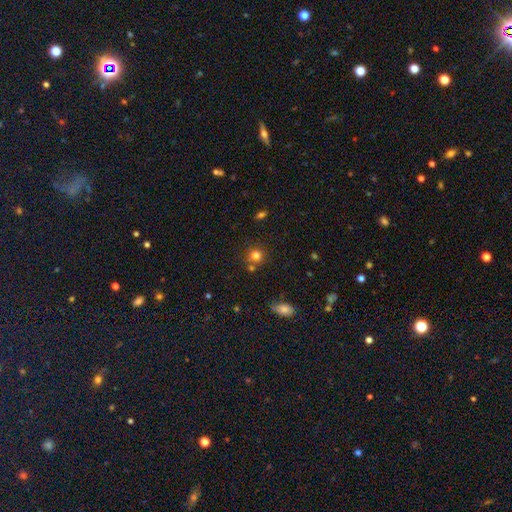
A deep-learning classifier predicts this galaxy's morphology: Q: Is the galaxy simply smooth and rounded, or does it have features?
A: smooth — 78%.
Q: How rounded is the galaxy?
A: round — 90%.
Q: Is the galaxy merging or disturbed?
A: none — 74%.